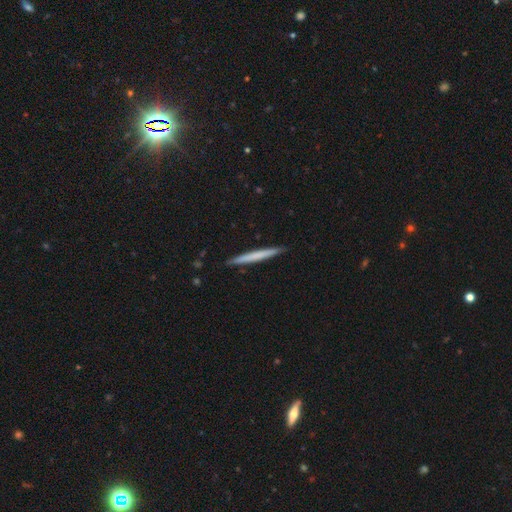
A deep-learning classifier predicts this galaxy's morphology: Smooth or featured?
  - smooth: 60% *
  - featured or disk: 34%
  - star or artifact: 5%
How rounded?
  - cigar-shaped: 97% *
  - in between: 2%
  - round: 1%
Merging?
  - none: 91% *
  - minor disturbance: 7%
  - major disturbance: 1%
  - merger: 1%